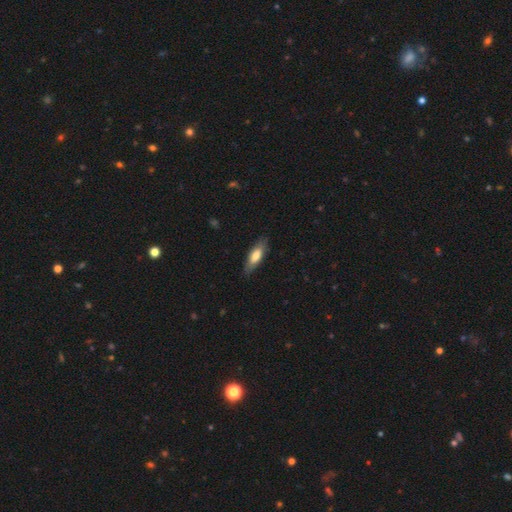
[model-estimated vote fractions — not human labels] The model was most divided on "how rounded": in between: 54%, cigar-shaped: 44%, round: 2%. More confident: merging — none (82%); smooth or featured — smooth (69%).